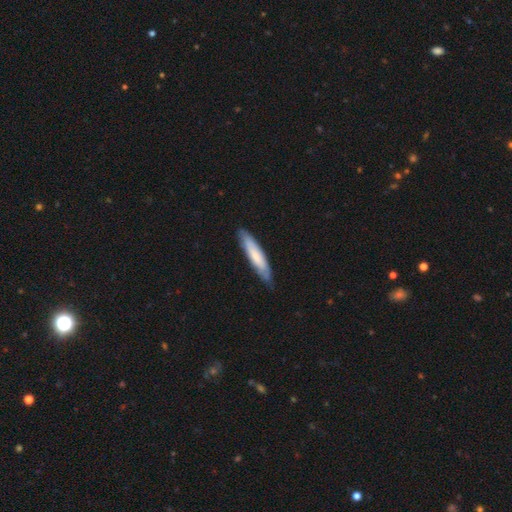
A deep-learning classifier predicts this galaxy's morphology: A smooth galaxy with no disk features (67%) that is cigar-shaped (83%).

Vote fractions:
- Smooth or featured? smooth: 67% / featured or disk: 28% / star or artifact: 5%
- How rounded? cigar-shaped: 83% / in between: 16% / round: 1%
- Merging? none: 80% / minor disturbance: 16% / major disturbance: 3% / merger: 1%